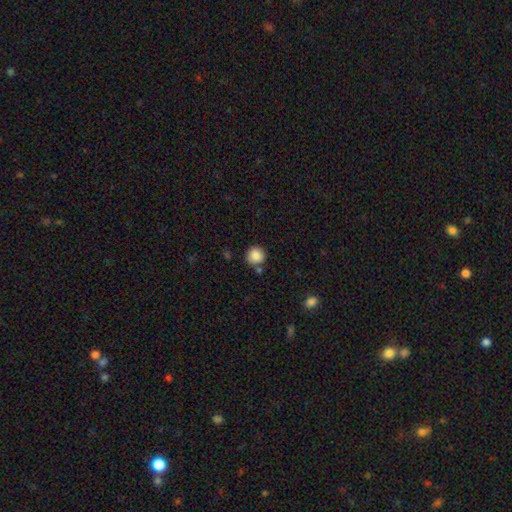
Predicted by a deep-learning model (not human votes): Smooth or featured? smooth (87%)
How rounded? round (91%)
Merging? none (77%)